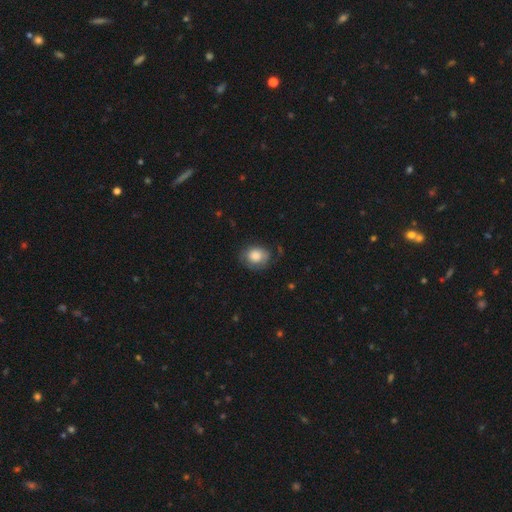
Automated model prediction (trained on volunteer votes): smooth-or-featured: smooth: 75% | featured or disk: 17% | star or artifact: 8%
  how-rounded: round: 61% | in between: 38% | cigar-shaped: 1%
  merging: none: 61% | minor disturbance: 27% | major disturbance: 10% | merger: 1%